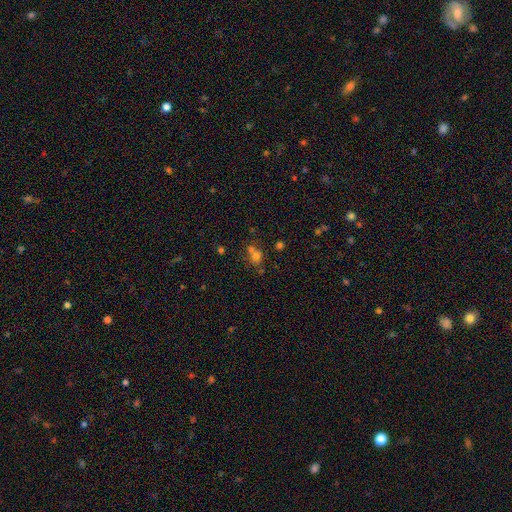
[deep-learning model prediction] Q: Smooth or featured?
A: smooth (65%); runner-up: star or artifact (21%)
Q: How rounded?
A: round (77%); runner-up: in between (22%)
Q: Merging?
A: none (47%); runner-up: merger (38%)